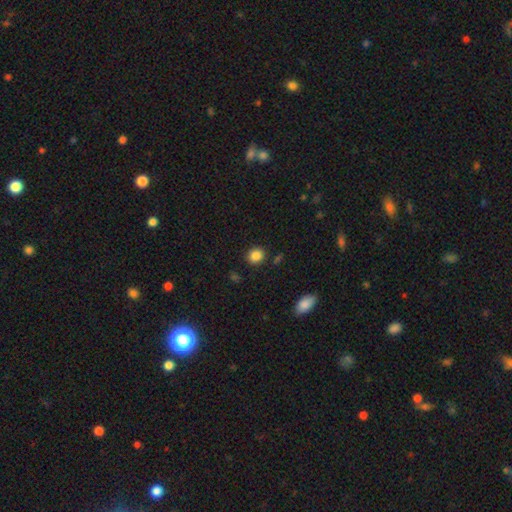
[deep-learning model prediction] Smooth or featured: smooth — 86% (star or artifact — 10%)
How rounded: round — 80% (in between — 19%)
Merging: none — 88% (minor disturbance — 7%)